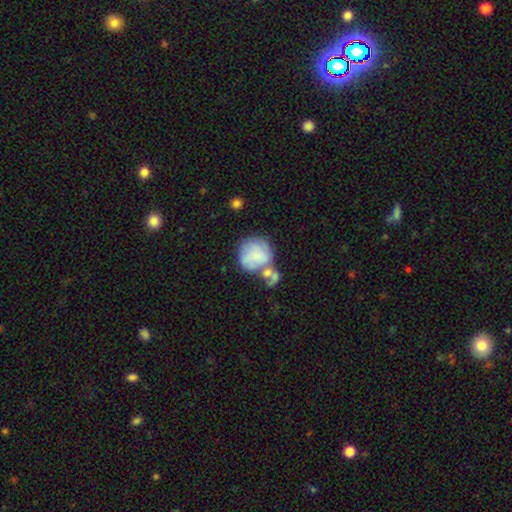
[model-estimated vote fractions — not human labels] smooth-or-featured: smooth: 54% | featured or disk: 38% | star or artifact: 8%
  how-rounded: round: 80% | in between: 19% | cigar-shaped: 1%
  merging: merger: 36% | none: 32% | minor disturbance: 16% | major disturbance: 16%